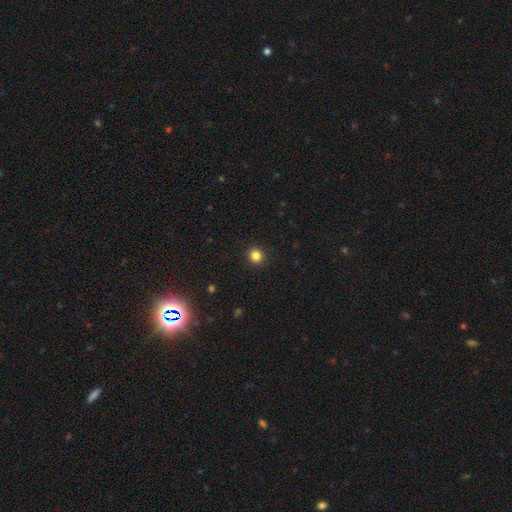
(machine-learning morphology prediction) Smooth or featured: smooth — 84% (star or artifact — 12%)
How rounded: round — 87% (in between — 12%)
Merging: none — 92% (minor disturbance — 5%)